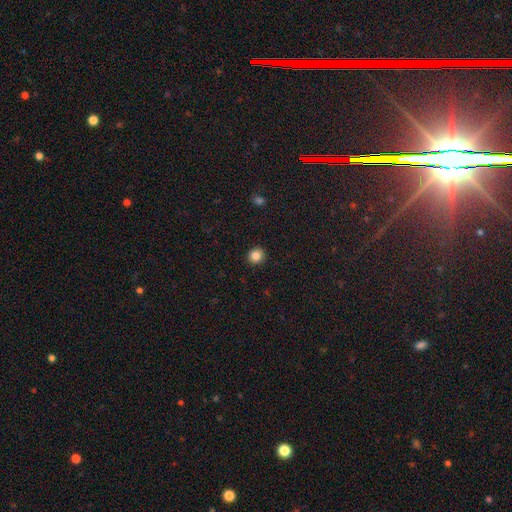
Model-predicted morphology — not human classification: This appears to be a smooth galaxy with no disk features (86%) that is round (91%). Merging: none (92%).